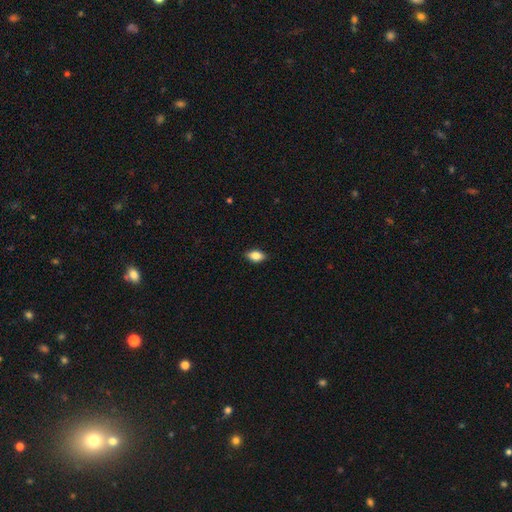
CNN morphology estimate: smooth 83%, featured or disk 9%, star or artifact 8%. Down the decision tree: how rounded — in between (87%); merging — none (86%).